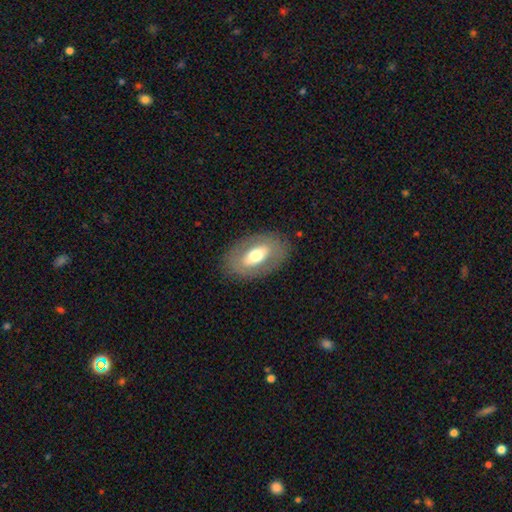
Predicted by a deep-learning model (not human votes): Smooth or featured?
  - smooth: 49% *
  - featured or disk: 44%
  - star or artifact: 7%
Merging?
  - none: 82% *
  - minor disturbance: 11%
  - major disturbance: 6%
  - merger: 1%